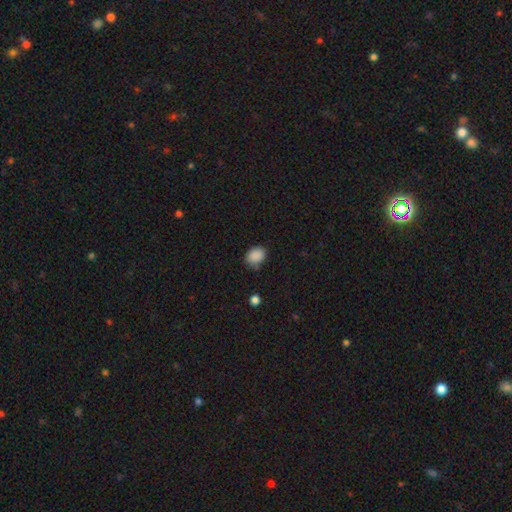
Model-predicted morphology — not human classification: type=smooth (88%); roundness=in between (59%); merging=none (76%).